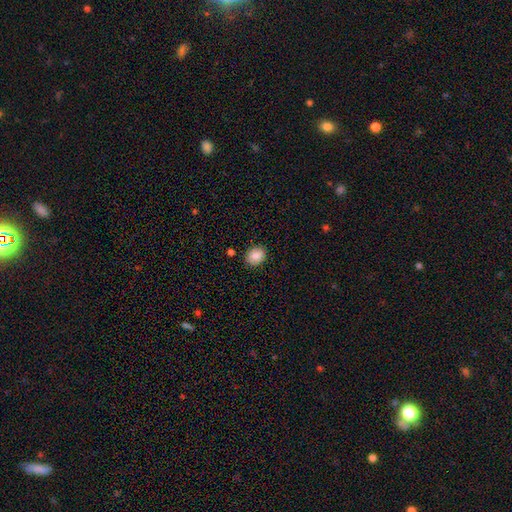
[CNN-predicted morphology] smooth 87%, star or artifact 8%, featured or disk 4%. Down the decision tree: how rounded — round (55%); merging — none (89%).